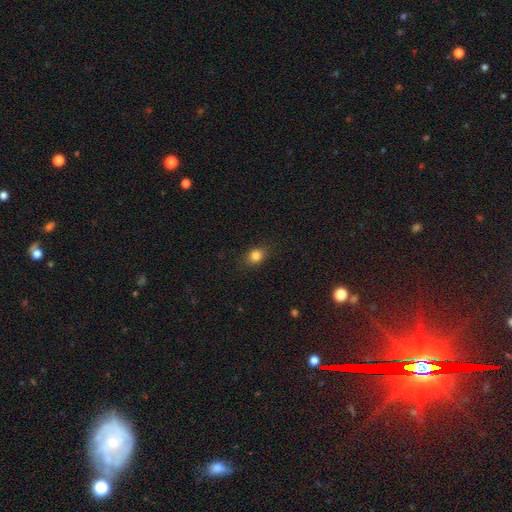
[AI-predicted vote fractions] Smooth or featured?
  - smooth: 83% *
  - star or artifact: 11%
  - featured or disk: 6%
How rounded?
  - round: 52% *
  - in between: 47%
  - cigar-shaped: 2%
Merging?
  - none: 85% *
  - minor disturbance: 11%
  - major disturbance: 3%
  - merger: 1%